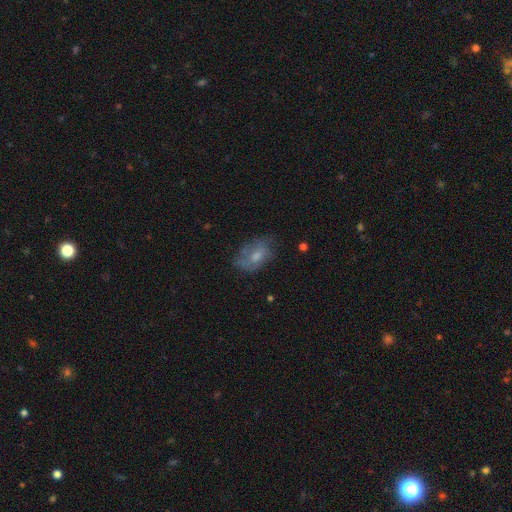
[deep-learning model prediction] Q: Smooth or featured?
A: smooth (55%); runner-up: featured or disk (36%)
Q: How rounded?
A: in between (86%); runner-up: round (12%)
Q: Merging?
A: none (52%); runner-up: minor disturbance (29%)